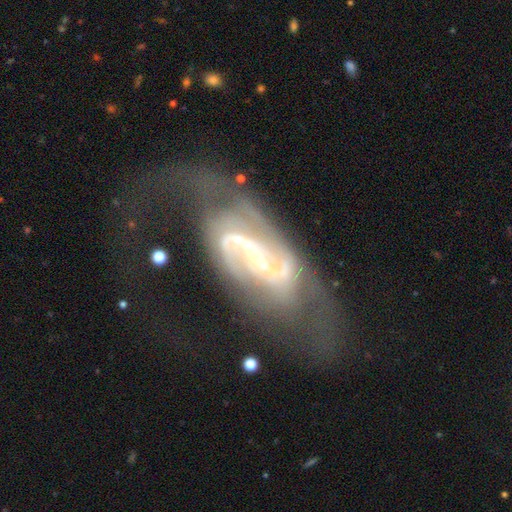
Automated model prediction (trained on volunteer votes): smooth_or_featured: featured or disk (p=0.90) [alt: star or artifact p=0.06]
disk_edge_on: no (p=0.96) [alt: yes p=0.04]
bar: strong (p=0.57) [alt: weak p=0.31]
has_spiral_arms: yes (p=0.96) [alt: no p=0.04]
spiral_winding: medium (p=0.44) [alt: loose p=0.39]
spiral_arm_count: 2 (p=0.88) [alt: can't tell p=0.05]
bulge_size: small (p=0.76) [alt: moderate p=0.19]
merging: none (p=0.43) [alt: major disturbance p=0.33]